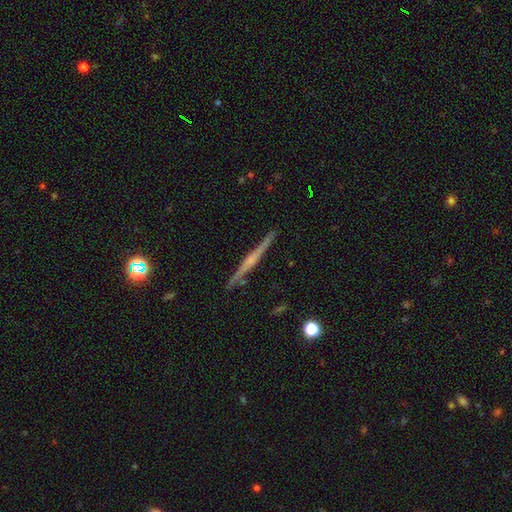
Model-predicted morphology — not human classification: smooth_or_featured: featured or disk (p=0.76) [alt: smooth p=0.17]
disk_edge_on: yes (p=0.98) [alt: no p=0.02]
edge_on_bulge: rounded (p=0.55) [alt: none p=0.35]
merging: none (p=0.91) [alt: minor disturbance p=0.06]